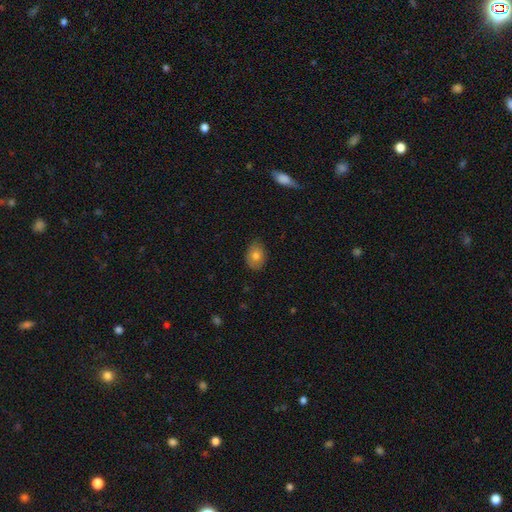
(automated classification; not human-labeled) Overall: smooth (75%). How rounded: in between (67%; round 31%). Merging: none (80%).